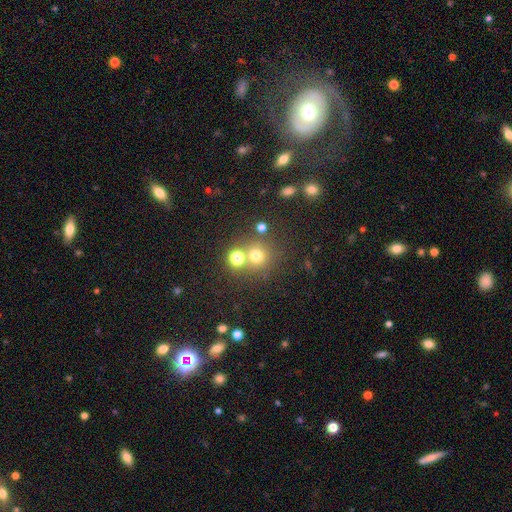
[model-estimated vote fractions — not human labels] This is likely a smooth galaxy (67%). How rounded: clearly round (89%). Merging: likely none (66%).